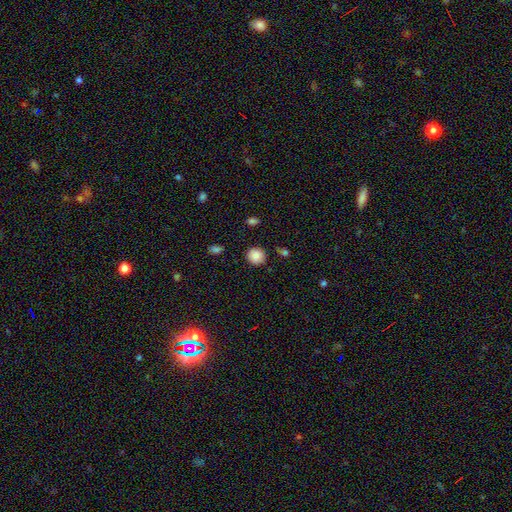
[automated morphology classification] Smooth or featured?
  - smooth: 86% *
  - star or artifact: 9%
  - featured or disk: 5%
How rounded?
  - round: 88% *
  - in between: 11%
  - cigar-shaped: 1%
Merging?
  - none: 83% *
  - minor disturbance: 12%
  - major disturbance: 3%
  - merger: 2%